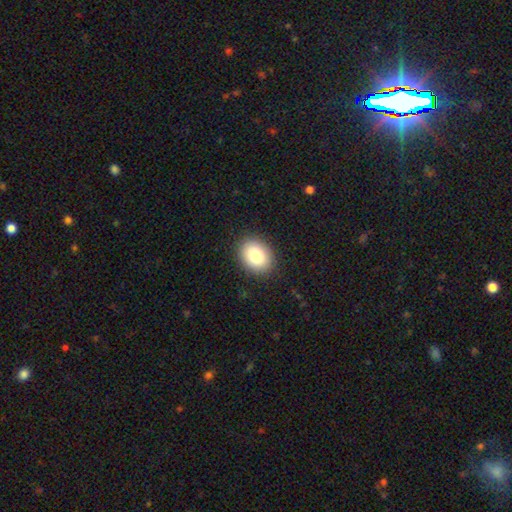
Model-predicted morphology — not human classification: smooth-or-featured: smooth: 84% | star or artifact: 8% | featured or disk: 8%
  how-rounded: in between: 60% | round: 39% | cigar-shaped: 1%
  merging: none: 89% | minor disturbance: 8% | major disturbance: 2% | merger: 1%